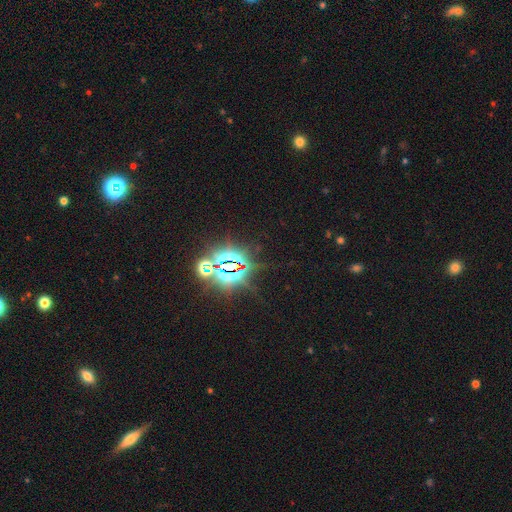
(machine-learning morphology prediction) Smooth or featured? Predicted: star or artifact (p=0.83).